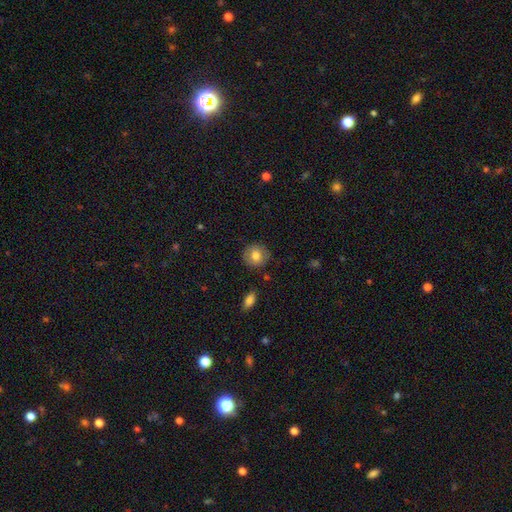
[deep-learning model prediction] This appears to be a smooth galaxy with no disk features (77%) that is round (88%). Merging: none (86%).